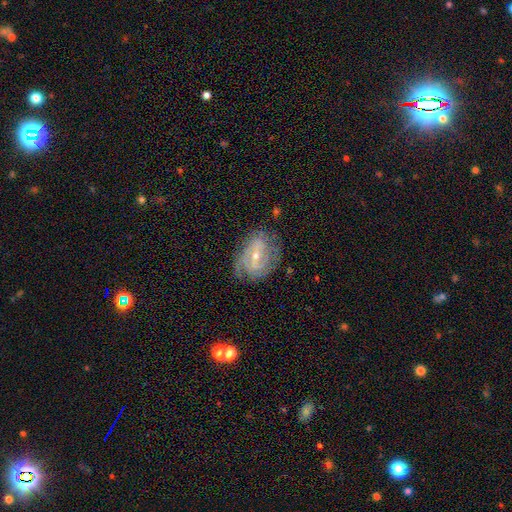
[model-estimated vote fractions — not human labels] Smooth or featured: featured or disk — 83% (smooth — 10%)
Edge-on disk: no — 96% (yes — 4%)
Bar: weak — 47% (no — 27%)
Spiral arms: yes — 93% (no — 7%)
Spiral winding: tight — 56% (medium — 34%)
Spiral arm count: 2 — 34% (can't tell — 30%)
Bulge size: small — 59% (moderate — 37%)
Merging: none — 69% (minor disturbance — 21%)